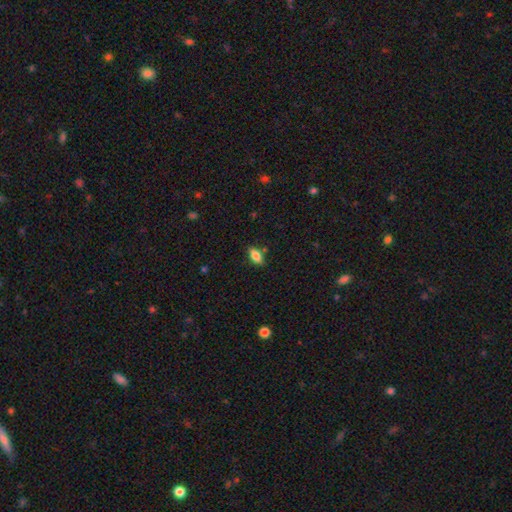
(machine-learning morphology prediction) smooth 79%, featured or disk 13%, star or artifact 8%. Down the decision tree: how rounded — in between (86%); merging — none (81%).